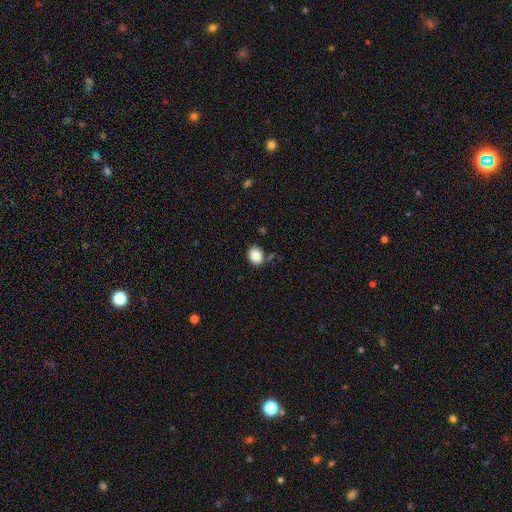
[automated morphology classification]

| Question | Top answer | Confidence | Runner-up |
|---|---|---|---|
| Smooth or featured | smooth | 87% | star or artifact (9%) |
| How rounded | round | 52% | in between (47%) |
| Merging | none | 80% | minor disturbance (12%) |